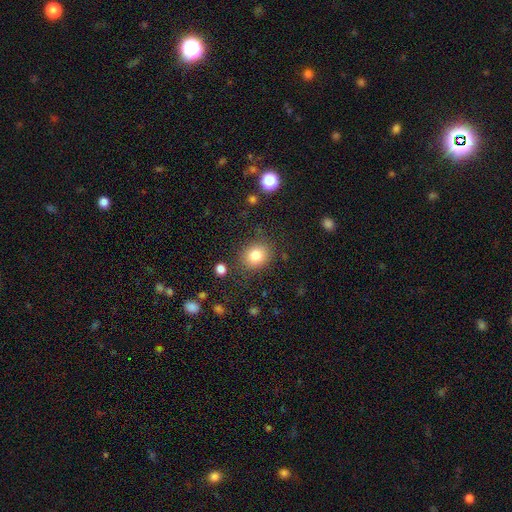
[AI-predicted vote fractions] Smooth or featured? Predicted: smooth (p=0.82). How rounded? Predicted: round (p=0.66). Merging? Predicted: none (p=0.84).